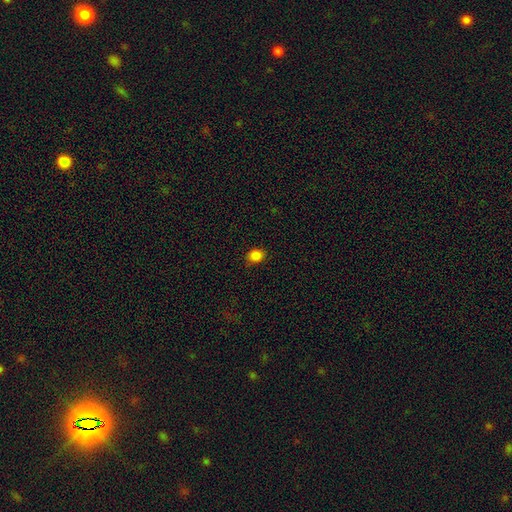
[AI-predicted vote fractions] Morphology: type=smooth (84%); roundness=round (59%); merging=none (83%).